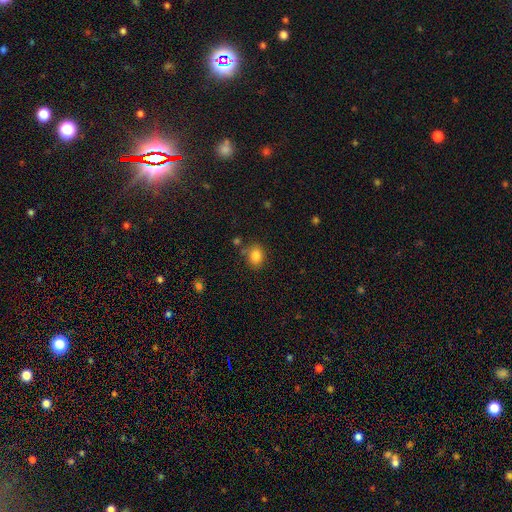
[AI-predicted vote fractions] Smooth or featured? smooth (84%)
How rounded? round (53%)
Merging? none (74%)